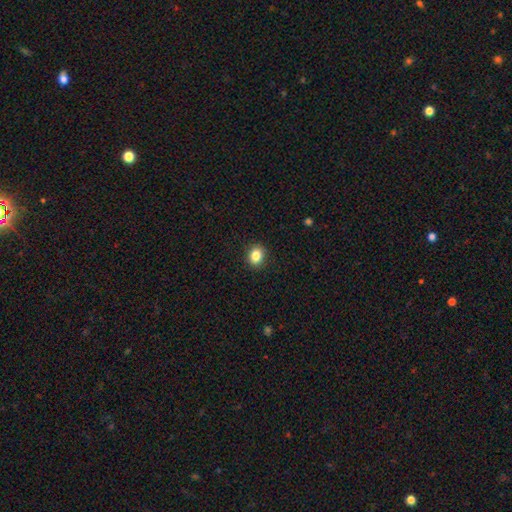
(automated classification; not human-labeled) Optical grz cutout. It shows a smooth galaxy with no disk features (85%) that is round (58%). Merging: none (90%).